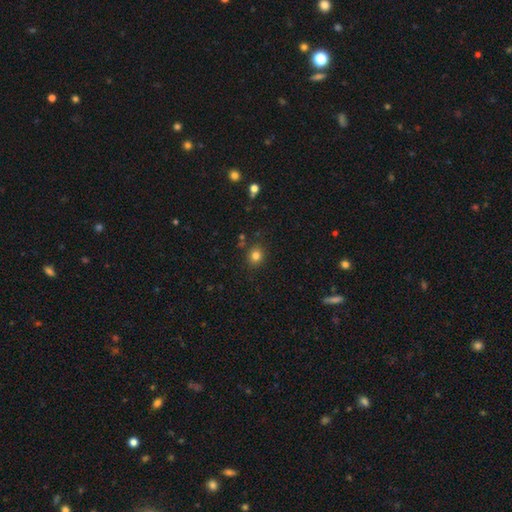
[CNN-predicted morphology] smooth-or-featured: smooth: 81% | star or artifact: 13% | featured or disk: 6%
  how-rounded: round: 77% | in between: 22% | cigar-shaped: 1%
  merging: none: 84% | minor disturbance: 10% | merger: 3% | major disturbance: 3%